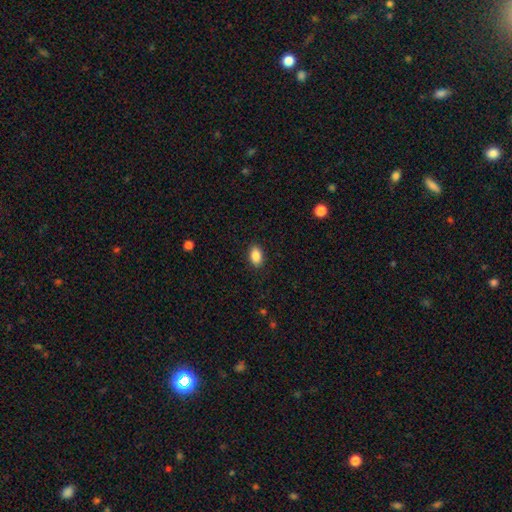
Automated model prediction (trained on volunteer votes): This is clearly a smooth galaxy (88%). How rounded: clearly in between (90%). Merging: clearly none (89%).